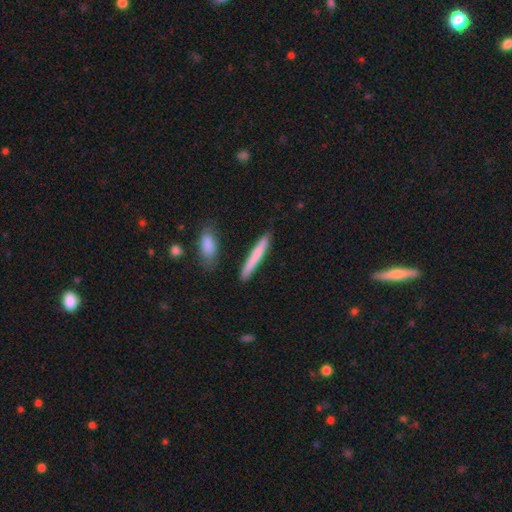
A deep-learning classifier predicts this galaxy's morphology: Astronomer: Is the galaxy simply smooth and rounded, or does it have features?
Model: smooth — 71%.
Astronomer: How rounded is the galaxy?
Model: cigar-shaped — 95%.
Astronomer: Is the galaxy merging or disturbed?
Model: none — 85%.